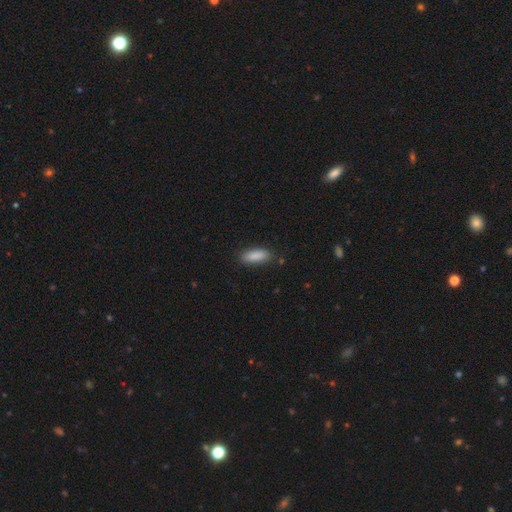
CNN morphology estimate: smooth 88%, star or artifact 7%, featured or disk 5%. Down the decision tree: how rounded — in between (66%); merging — none (85%).